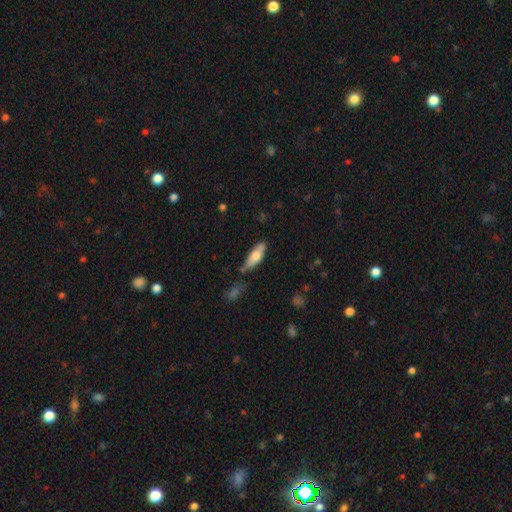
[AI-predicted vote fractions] The model was most divided on "how rounded": in between: 65%, cigar-shaped: 33%, round: 2%. More confident: merging — none (72%); smooth or featured — smooth (68%).